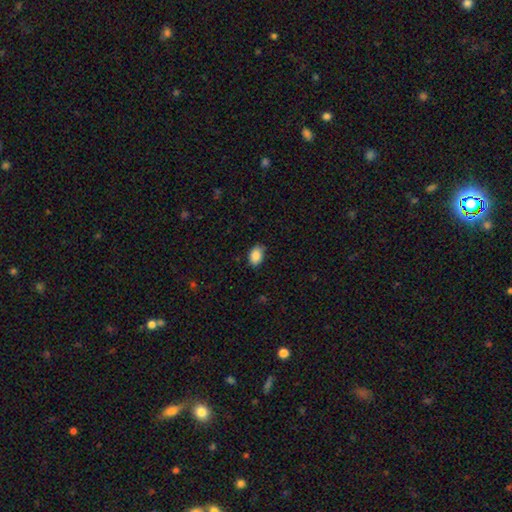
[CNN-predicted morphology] A smooth galaxy with no disk features (89%) that is in between round and cigar-shaped (85%).

Vote fractions:
- Smooth or featured? smooth: 89% / star or artifact: 8% / featured or disk: 4%
- How rounded? in between: 85% / round: 13% / cigar-shaped: 1%
- Merging? none: 78% / minor disturbance: 18% / major disturbance: 3% / merger: 1%